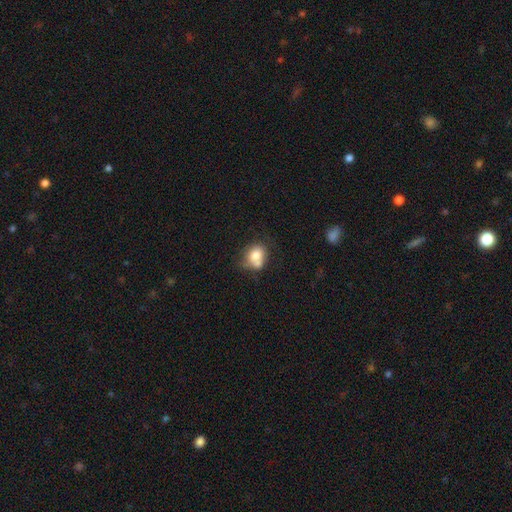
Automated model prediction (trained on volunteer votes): smooth_or_featured: smooth (p=0.74) [alt: featured or disk p=0.16]
how_rounded: round (p=0.58) [alt: in between p=0.41]
merging: none (p=0.41) [alt: merger p=0.33]